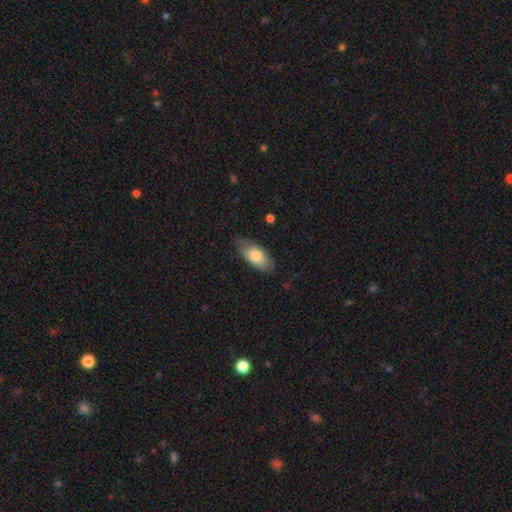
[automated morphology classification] Overall: smooth (75%). How rounded: in between (88%). Merging: none (69%).